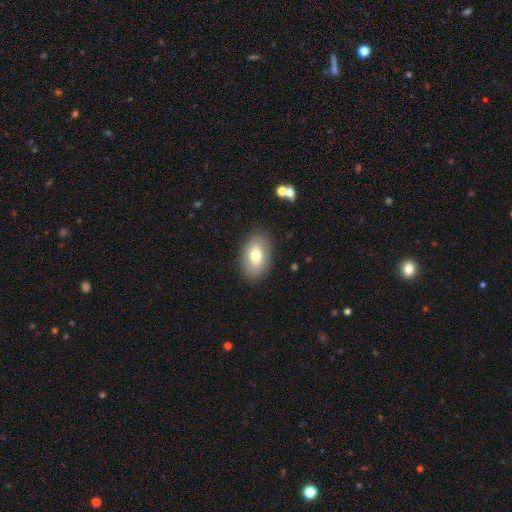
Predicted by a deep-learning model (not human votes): The model was most divided on "smooth or featured": smooth: 69%, featured or disk: 23%, star or artifact: 8%. More confident: how rounded — in between (89%); merging — none (86%).